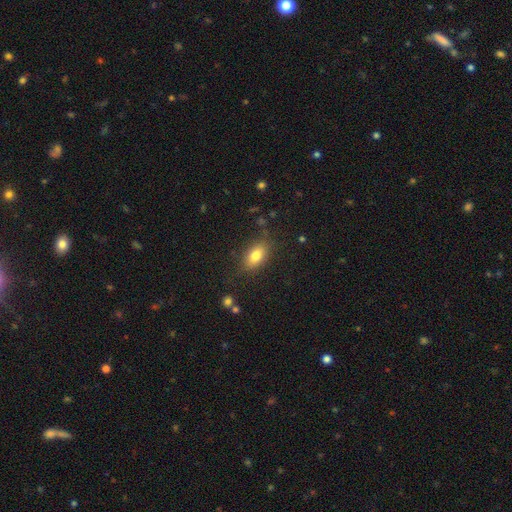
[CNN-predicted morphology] Smooth or featured? Predicted: smooth (p=0.80). How rounded? Predicted: in between (p=0.87). Merging? Predicted: none (p=0.81).